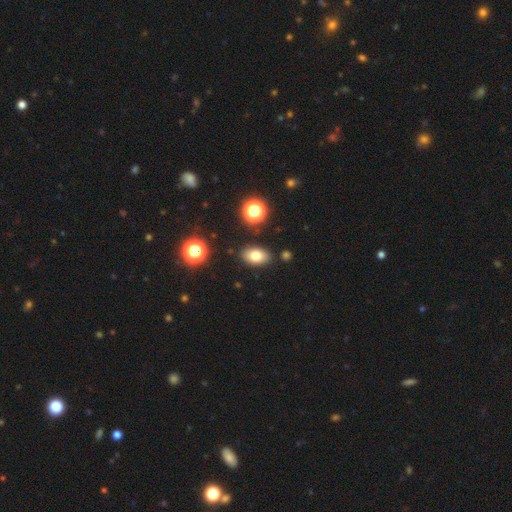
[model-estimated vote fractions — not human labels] A smooth galaxy with no disk features (78%) that is in between round and cigar-shaped (87%).

Vote fractions:
- Smooth or featured? smooth: 78% / star or artifact: 11% / featured or disk: 10%
- How rounded? in between: 87% / round: 12% / cigar-shaped: 2%
- Merging? none: 85% / minor disturbance: 9% / merger: 3% / major disturbance: 3%